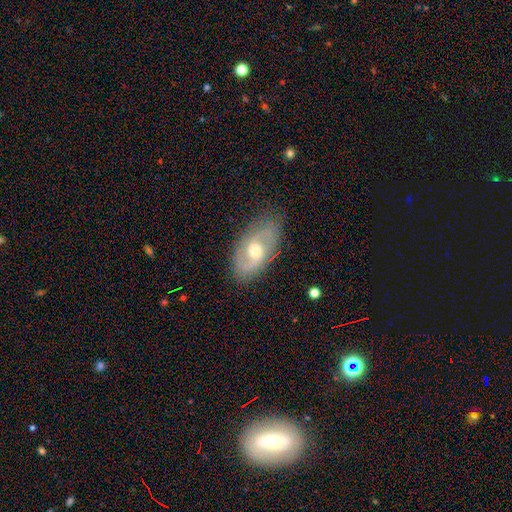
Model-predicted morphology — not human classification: A featured or disk galaxy (75%) with no bar (46%), 2 (84%) medium (49%) spiral arms (88%) and a moderate central bulge (67%). Merging: none (80%).